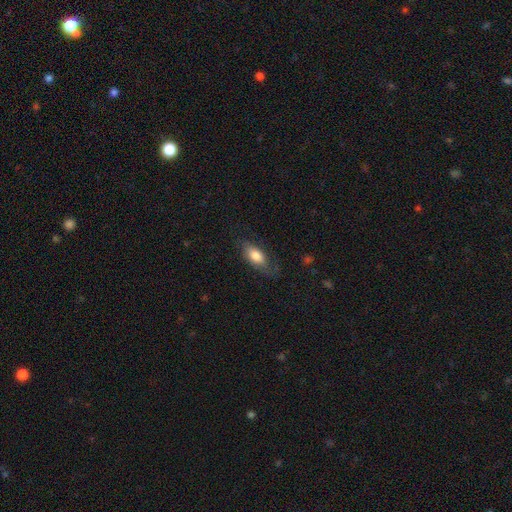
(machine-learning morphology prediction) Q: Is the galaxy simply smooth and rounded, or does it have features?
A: smooth — 74%.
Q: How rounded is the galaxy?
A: in between — 86%.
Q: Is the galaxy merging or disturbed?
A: none — 64%.